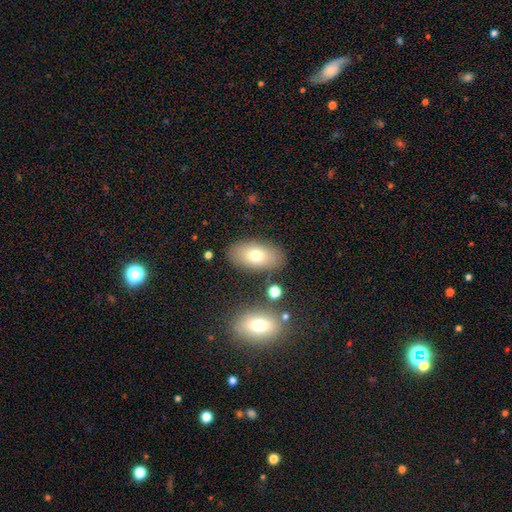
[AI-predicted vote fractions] Smooth or featured?
  - smooth: 74% *
  - featured or disk: 18%
  - star or artifact: 8%
How rounded?
  - in between: 92% *
  - round: 5%
  - cigar-shaped: 3%
Merging?
  - none: 83% *
  - minor disturbance: 10%
  - merger: 4%
  - major disturbance: 3%